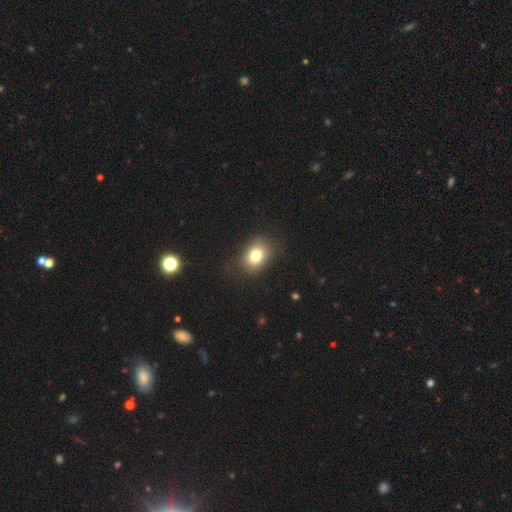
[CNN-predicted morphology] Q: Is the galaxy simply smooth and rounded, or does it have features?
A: smooth — 77%.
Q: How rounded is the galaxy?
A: in between — 65%.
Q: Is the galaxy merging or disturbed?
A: none — 79%.